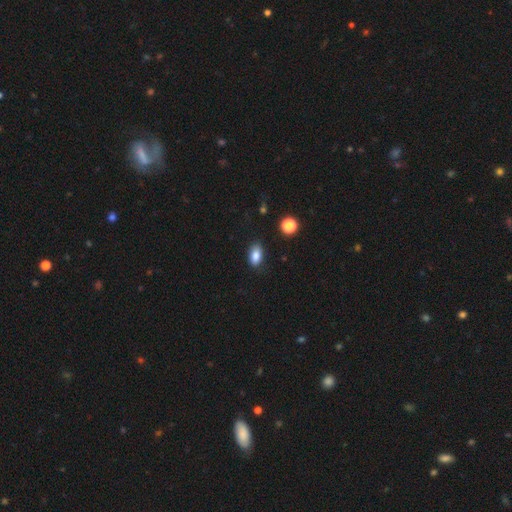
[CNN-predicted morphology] The model was most divided on "merging": none: 82%, minor disturbance: 13%, major disturbance: 3%, merger: 2%. More confident: how rounded — in between (89%); smooth or featured — smooth (85%).